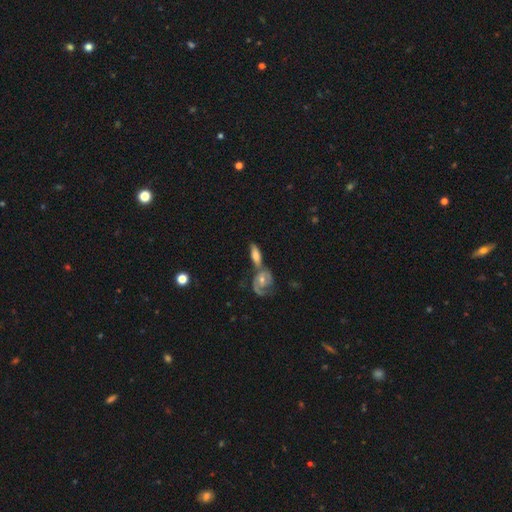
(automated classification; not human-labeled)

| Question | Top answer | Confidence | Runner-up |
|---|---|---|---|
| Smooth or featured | smooth | 48% | featured or disk (45%) |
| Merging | merger | 43% | none (37%) |